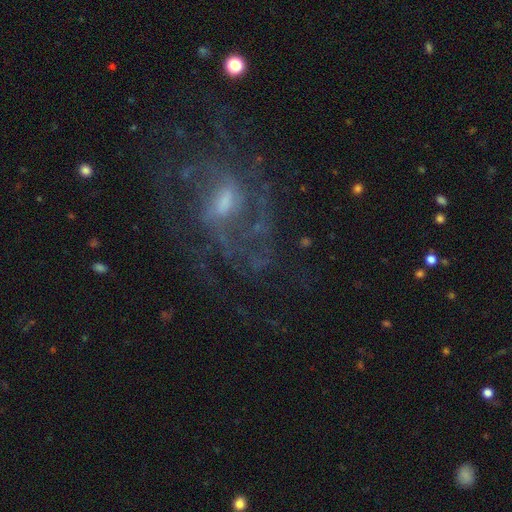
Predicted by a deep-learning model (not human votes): Smooth or featured? Predicted: featured or disk (p=0.81). Edge-on disk? Predicted: no (p=0.96). Bar? Predicted: weak (p=0.53). Spiral arms? Predicted: yes (p=0.90). Spiral winding? Predicted: medium (p=0.45). Spiral arm count? Predicted: can't tell (p=0.38). Bulge size? Predicted: moderate (p=0.45). Merging? Predicted: none (p=0.63).